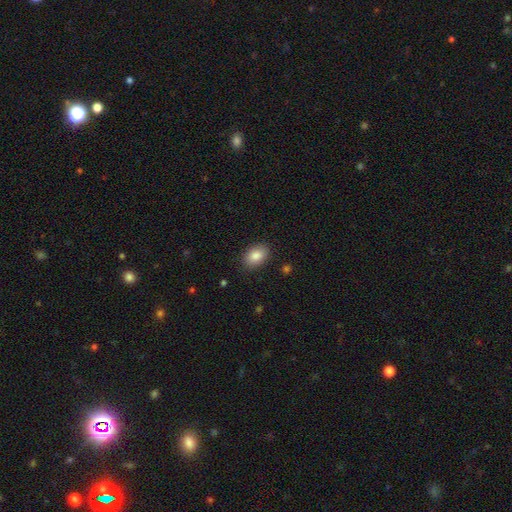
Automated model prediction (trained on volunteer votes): Smooth or featured? smooth (86%)
How rounded? in between (86%)
Merging? none (87%)